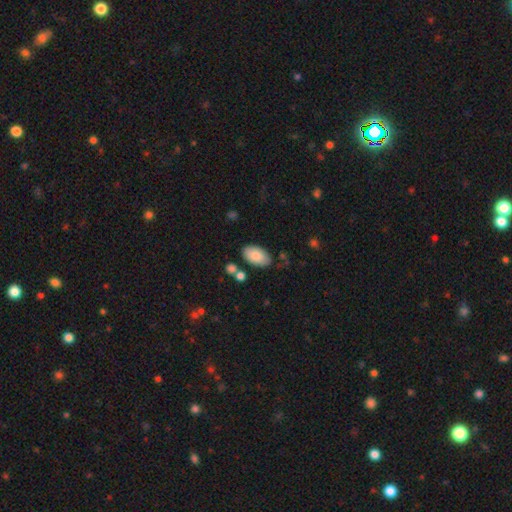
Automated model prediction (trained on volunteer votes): Smooth or featured? smooth (83%)
How rounded? in between (95%)
Merging? none (78%)